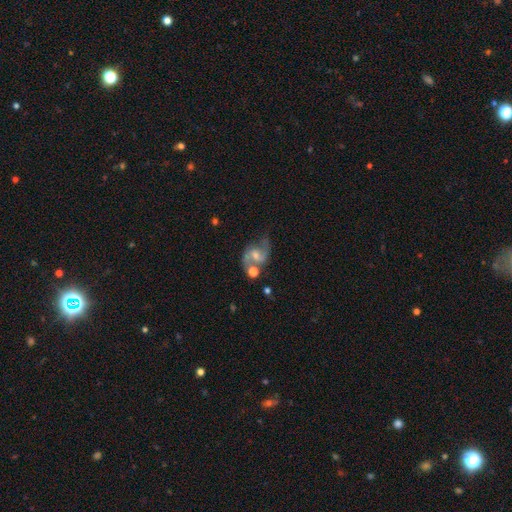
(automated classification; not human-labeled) featured or disk 80%, smooth 13%, star or artifact 8%. Down the decision tree: edge-on disk — no (98%); bar — weak (52%); spiral arms — yes (94%); spiral arm count — 2 (90%); spiral winding — medium (46%); bulge size — moderate (42%); merging — none (55%).